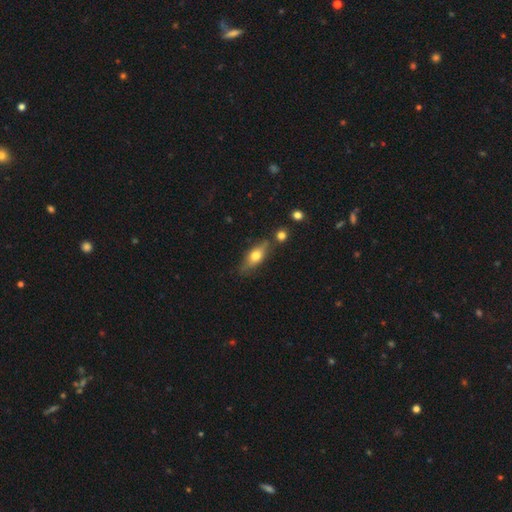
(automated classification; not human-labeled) This appears to be a smooth galaxy with no disk features (57%) that is in between round and cigar-shaped (62%). Merging: none (72%).